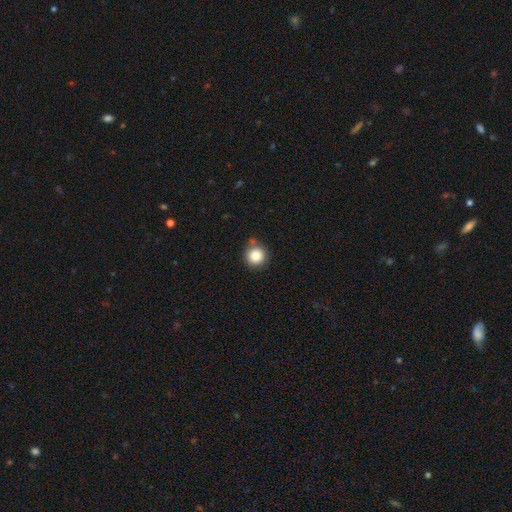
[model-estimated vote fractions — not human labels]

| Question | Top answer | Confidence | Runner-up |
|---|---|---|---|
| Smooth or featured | smooth | 84% | star or artifact (10%) |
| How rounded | round | 94% | in between (5%) |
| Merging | none | 78% | minor disturbance (13%) |